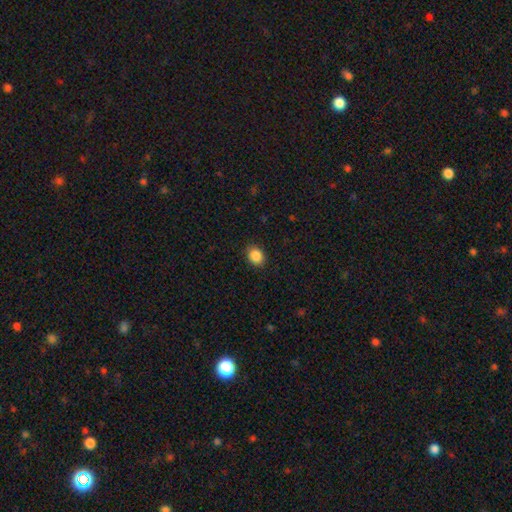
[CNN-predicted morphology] A smooth galaxy with no disk features (88%) that is round (54%).

Vote fractions:
- Smooth or featured? smooth: 88% / star or artifact: 9% / featured or disk: 3%
- How rounded? round: 54% / in between: 45% / cigar-shaped: 1%
- Merging? none: 89% / minor disturbance: 7% / major disturbance: 2% / merger: 1%